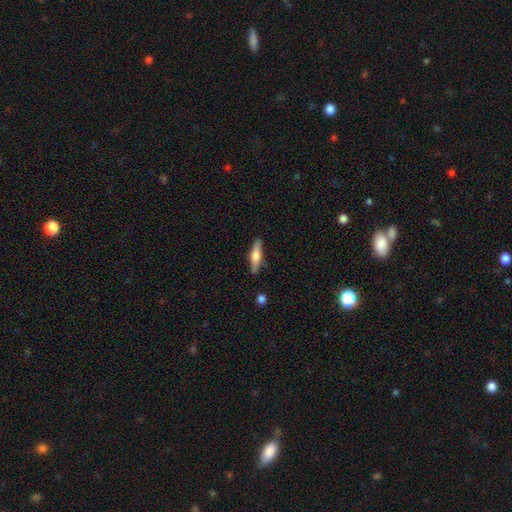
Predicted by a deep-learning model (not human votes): A smooth galaxy with no disk features (57%) that is cigar-shaped (75%). Merging: none (83%).